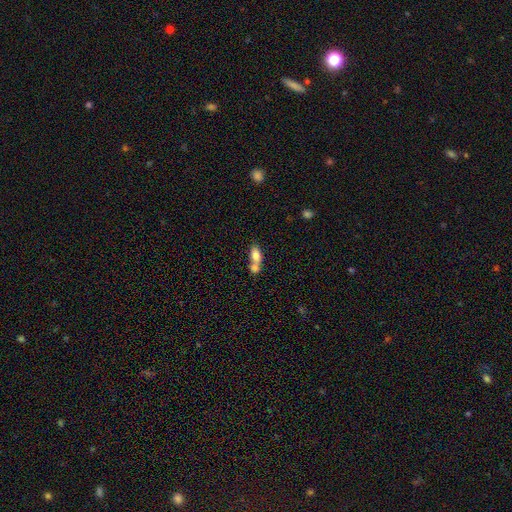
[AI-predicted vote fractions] smooth_or_featured: smooth (p=0.76) [alt: featured or disk p=0.16]
how_rounded: in between (p=0.83) [alt: cigar-shaped p=0.09]
merging: merger (p=0.65) [alt: none p=0.23]